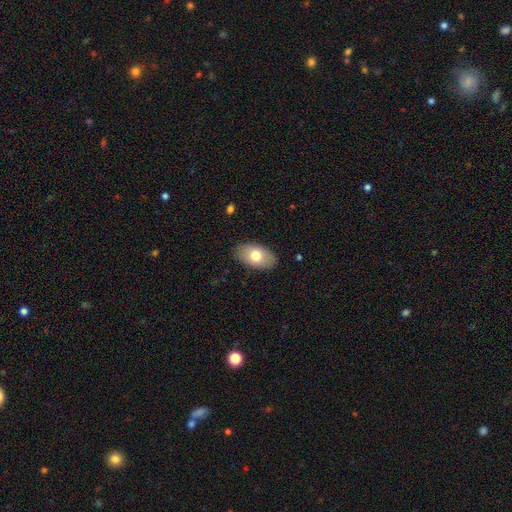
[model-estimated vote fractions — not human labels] Morphology: type=smooth (71%); roundness=in between (93%); merging=none (87%).